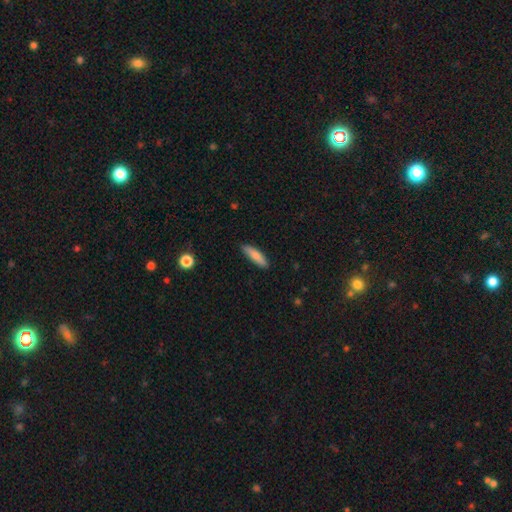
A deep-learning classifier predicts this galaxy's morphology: Smooth or featured? smooth (82%)
How rounded? cigar-shaped (69%)
Merging? none (85%)